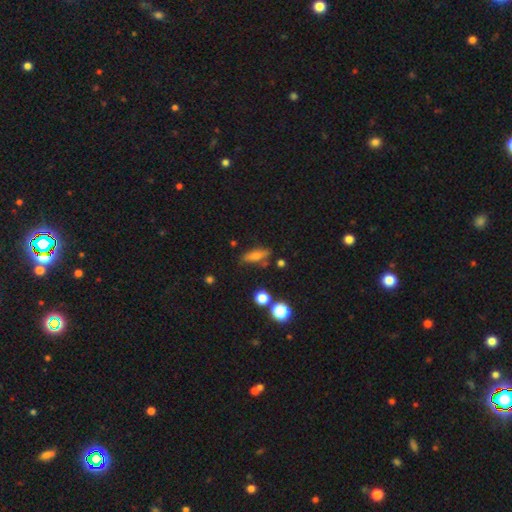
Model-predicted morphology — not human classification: Smooth or featured? Predicted: smooth (p=0.68). How rounded? Predicted: in between (p=0.52). Merging? Predicted: none (p=0.74).